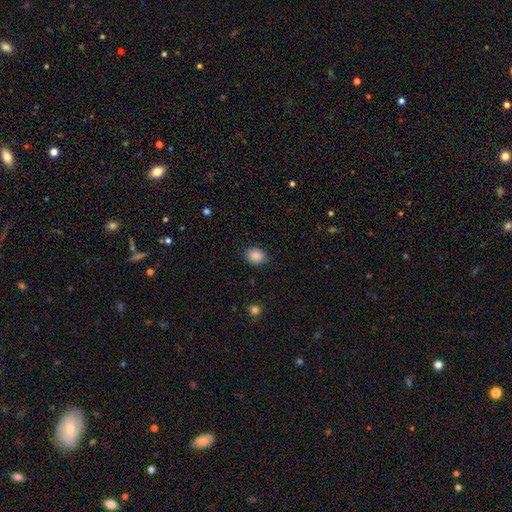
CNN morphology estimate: smooth-or-featured: smooth: 88% | star or artifact: 9% | featured or disk: 3%
  how-rounded: in between: 50% | round: 49% | cigar-shaped: 1%
  merging: none: 85% | minor disturbance: 11% | major disturbance: 3% | merger: 1%